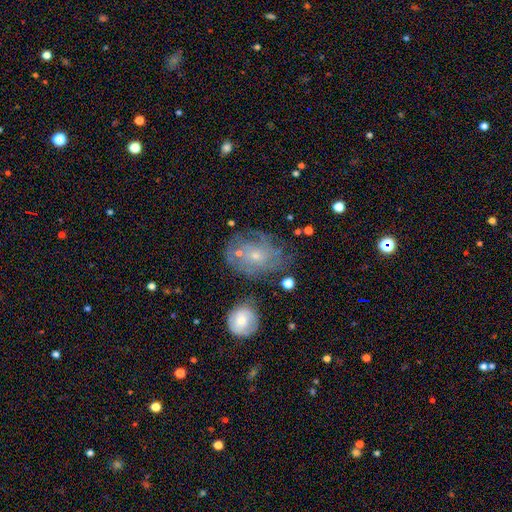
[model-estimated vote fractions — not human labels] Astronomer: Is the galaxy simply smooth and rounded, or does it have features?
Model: featured or disk — 61%.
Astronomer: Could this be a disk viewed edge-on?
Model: no — 96%.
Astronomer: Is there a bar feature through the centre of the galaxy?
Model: no — 82%.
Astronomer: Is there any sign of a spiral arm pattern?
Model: yes — 69%.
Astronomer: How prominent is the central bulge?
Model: small — 70%.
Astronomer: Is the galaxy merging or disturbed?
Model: none — 52%.